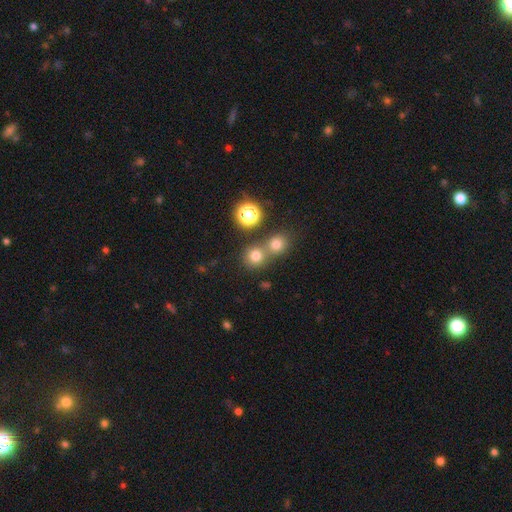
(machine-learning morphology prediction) A smooth galaxy with no disk features (73%) that is round (88%).

Vote fractions:
- Smooth or featured? smooth: 73% / star or artifact: 20% / featured or disk: 8%
- How rounded? round: 88% / in between: 11% / cigar-shaped: 1%
- Merging? none: 57% / merger: 33% / minor disturbance: 7% / major disturbance: 3%